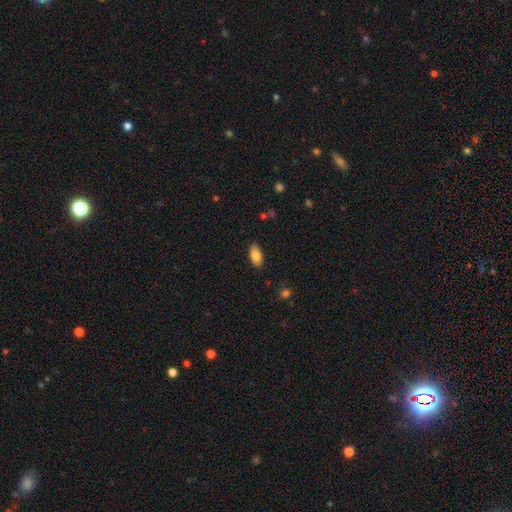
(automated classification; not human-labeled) This is clearly a smooth galaxy (82%). How rounded: clearly in between (90%). Merging: clearly none (86%).